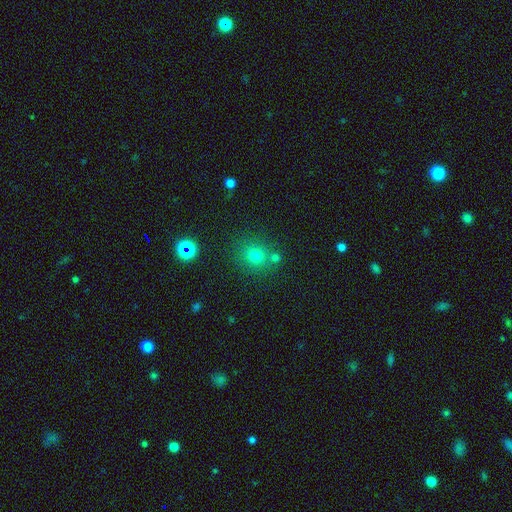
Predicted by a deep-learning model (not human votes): A smooth galaxy with no disk features (73%) that is round (85%). Merging: none (72%).